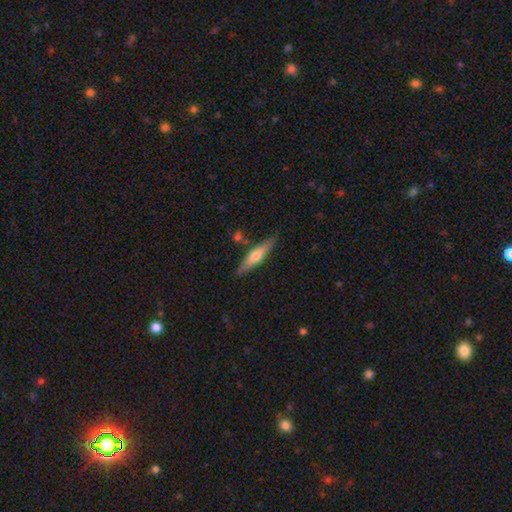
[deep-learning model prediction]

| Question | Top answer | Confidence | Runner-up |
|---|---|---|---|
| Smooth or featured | smooth | 49% | featured or disk (45%) |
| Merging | none | 81% | minor disturbance (12%) |